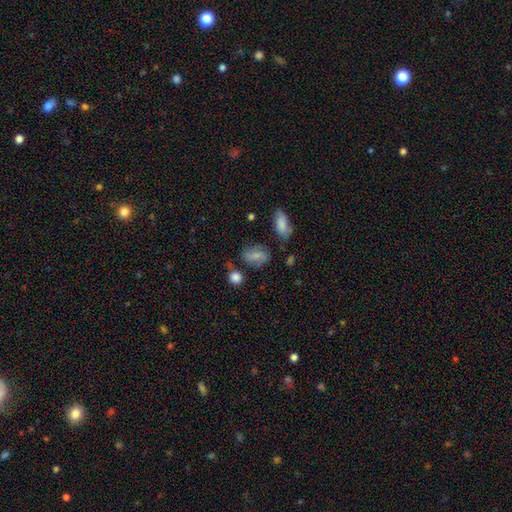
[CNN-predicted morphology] type=smooth (67%); roundness=in between (73%); merging=none (63%).